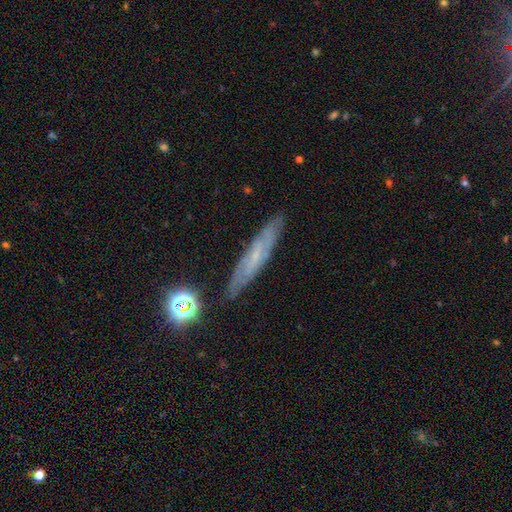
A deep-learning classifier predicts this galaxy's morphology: featured or disk 59%, smooth 30%, star or artifact 11%. Down the decision tree: edge-on disk — yes (55%); merging — none (82%).